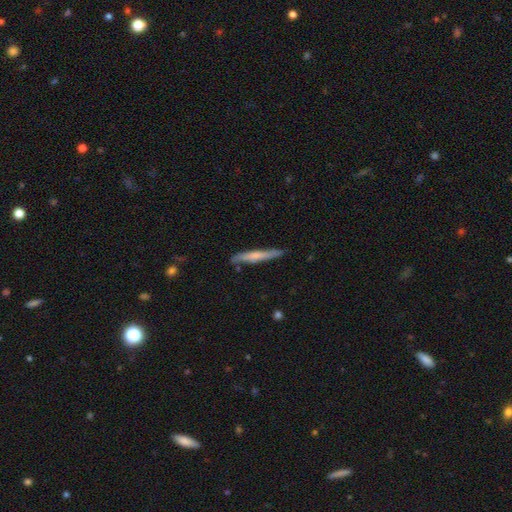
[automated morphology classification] A smooth galaxy with no disk features (55%) that is cigar-shaped (95%). Merging: none (82%).